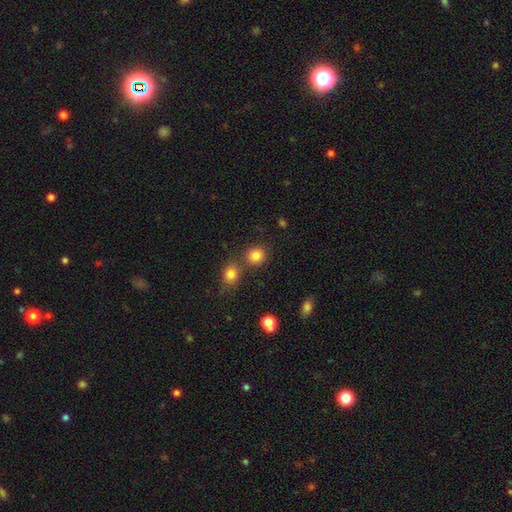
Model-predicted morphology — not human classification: A smooth galaxy with no disk features (83%) that is round (87%).

Vote fractions:
- Smooth or featured? smooth: 83% / star or artifact: 12% / featured or disk: 5%
- How rounded? round: 87% / in between: 12% / cigar-shaped: 1%
- Merging? none: 71% / merger: 18% / minor disturbance: 8% / major disturbance: 3%